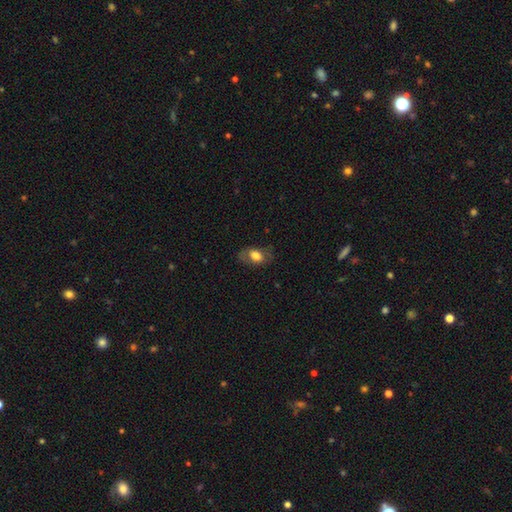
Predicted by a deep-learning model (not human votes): smooth 65%, featured or disk 28%, star or artifact 8%. Down the decision tree: how rounded — in between (87%); merging — none (67%).